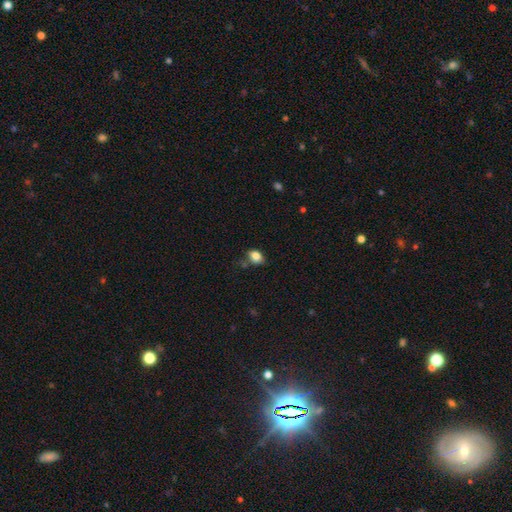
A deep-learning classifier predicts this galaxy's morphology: Q: Smooth or featured?
A: smooth (83%); runner-up: star or artifact (9%)
Q: How rounded?
A: in between (73%); runner-up: round (26%)
Q: Merging?
A: none (63%); runner-up: minor disturbance (23%)